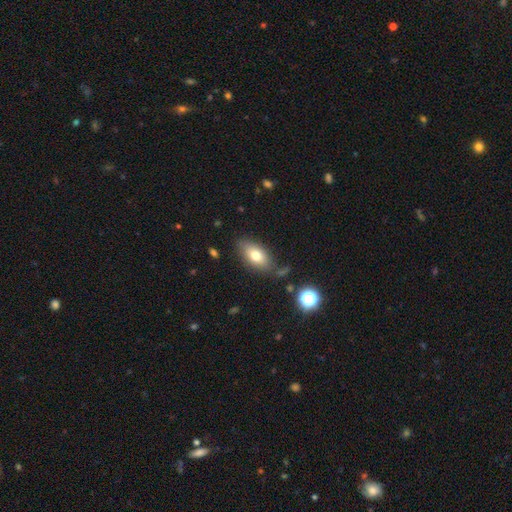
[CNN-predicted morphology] smooth-or-featured: smooth: 75% | featured or disk: 16% | star or artifact: 8%
  how-rounded: in between: 89% | cigar-shaped: 6% | round: 6%
  merging: none: 77% | minor disturbance: 15% | merger: 4% | major disturbance: 4%